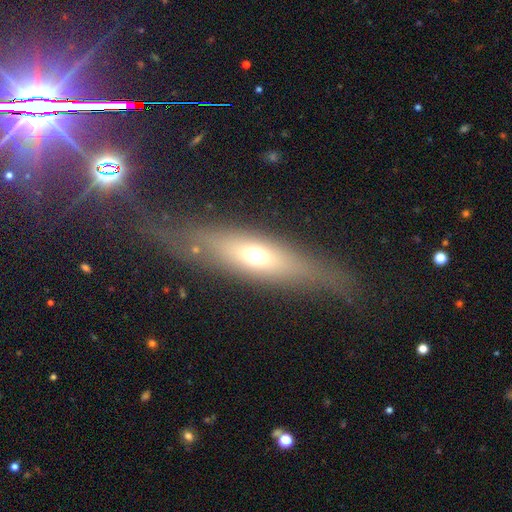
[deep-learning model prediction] Smooth or featured? smooth (47%)
Merging? none (72%)